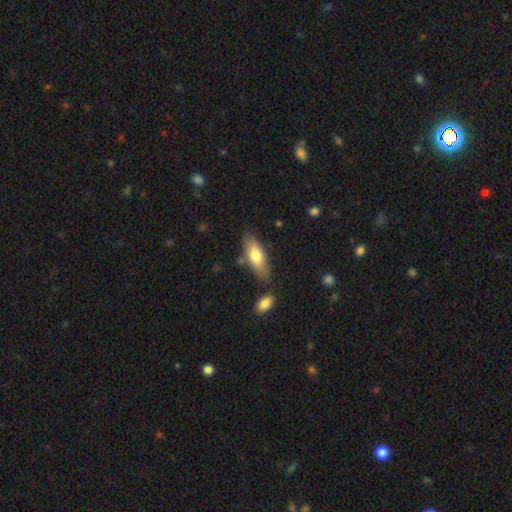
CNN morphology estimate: Smooth or featured?
  - smooth: 72% *
  - featured or disk: 23%
  - star or artifact: 6%
How rounded?
  - in between: 69% *
  - cigar-shaped: 29%
  - round: 2%
Merging?
  - none: 72% *
  - minor disturbance: 17%
  - merger: 7%
  - major disturbance: 4%